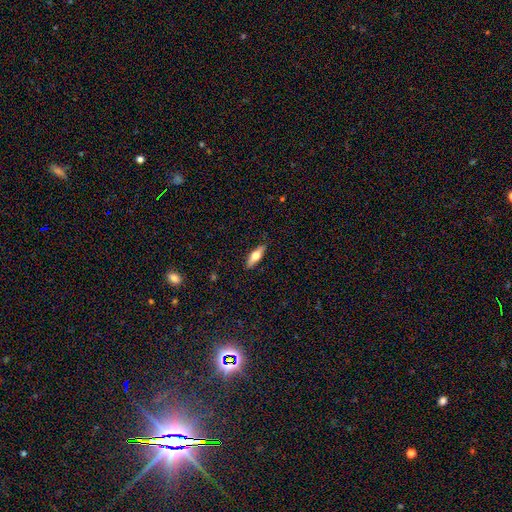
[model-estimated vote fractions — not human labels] Smooth or featured: smooth — 54% (featured or disk — 39%)
How rounded: cigar-shaped — 50% (in between — 47%)
Merging: none — 88% (minor disturbance — 9%)